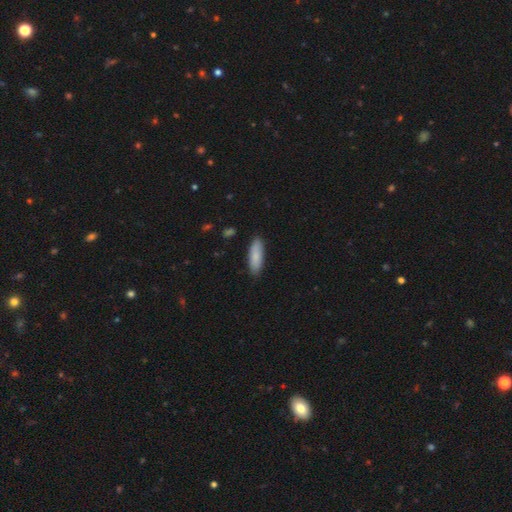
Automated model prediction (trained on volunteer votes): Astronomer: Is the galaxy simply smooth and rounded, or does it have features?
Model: smooth — 85%.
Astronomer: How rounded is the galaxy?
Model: in between — 56% (runner-up: cigar-shaped, 43%).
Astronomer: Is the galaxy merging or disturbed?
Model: none — 86%.